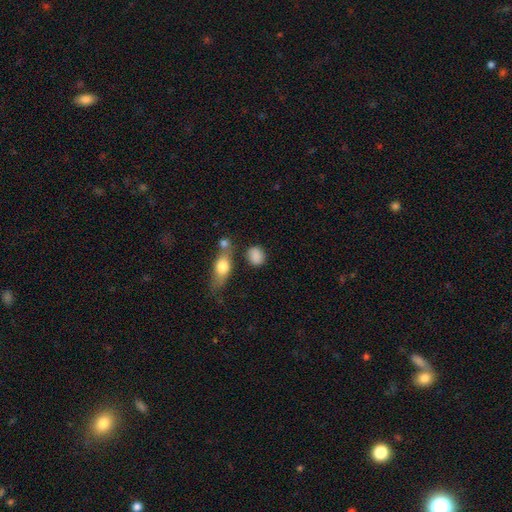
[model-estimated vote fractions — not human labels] smooth 86%, star or artifact 8%, featured or disk 6%. Down the decision tree: how rounded — round (56%); merging — none (69%).